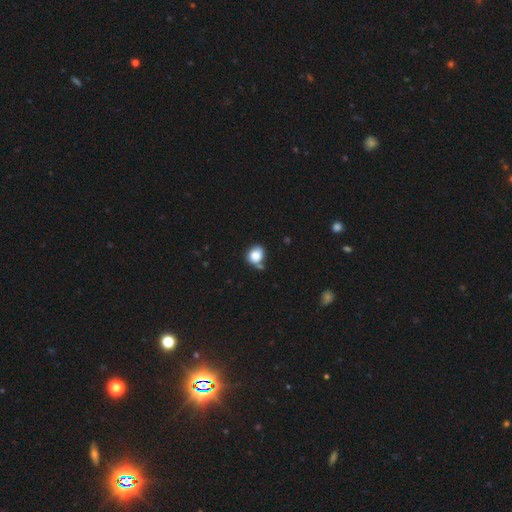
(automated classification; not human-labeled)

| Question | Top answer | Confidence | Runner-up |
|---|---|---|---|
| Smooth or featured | smooth | 84% | star or artifact (9%) |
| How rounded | round | 64% | in between (35%) |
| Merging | none | 54% | minor disturbance (24%) |